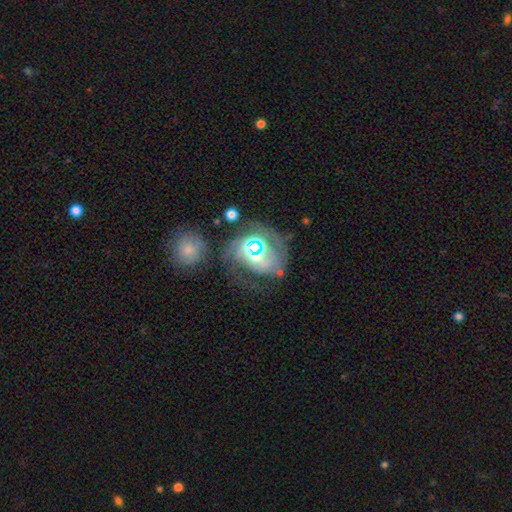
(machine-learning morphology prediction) A featured or disk galaxy (60%) with no bar (58%), spiral arms (73%) and a moderate central bulge (50%). Merging: none (45%).